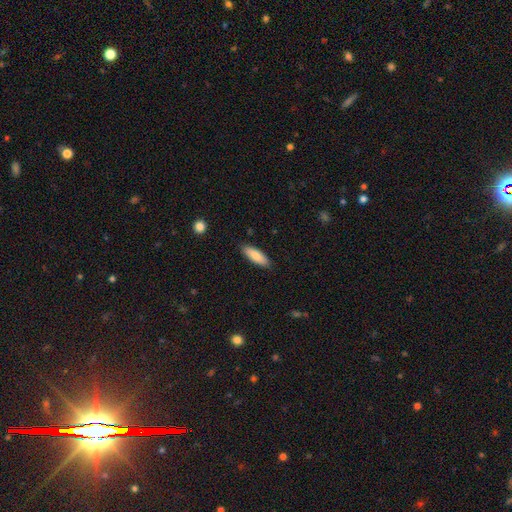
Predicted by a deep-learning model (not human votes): A smooth galaxy with no disk features (82%) that is in between round and cigar-shaped (56%). Merging: none (87%).